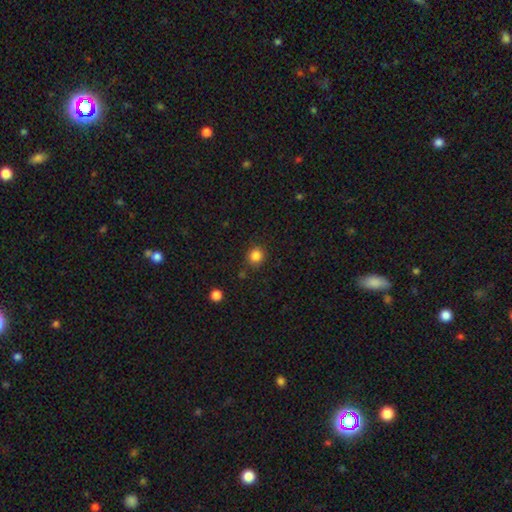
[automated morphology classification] Q: Smooth or featured?
A: smooth (84%); runner-up: star or artifact (12%)
Q: How rounded?
A: round (89%); runner-up: in between (10%)
Q: Merging?
A: none (85%); runner-up: minor disturbance (9%)